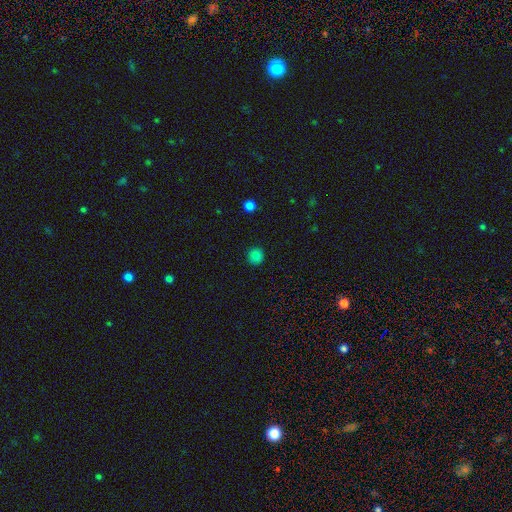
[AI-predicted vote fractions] smooth_or_featured: smooth (p=0.83) [alt: star or artifact p=0.13]
how_rounded: round (p=0.93) [alt: in between p=0.06]
merging: none (p=0.91) [alt: minor disturbance p=0.06]